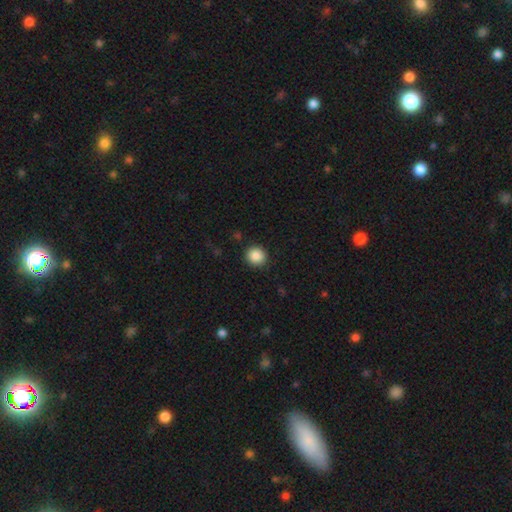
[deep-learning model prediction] Smooth or featured: smooth — 87% (star or artifact — 9%)
How rounded: round — 89% (in between — 10%)
Merging: none — 91% (minor disturbance — 6%)